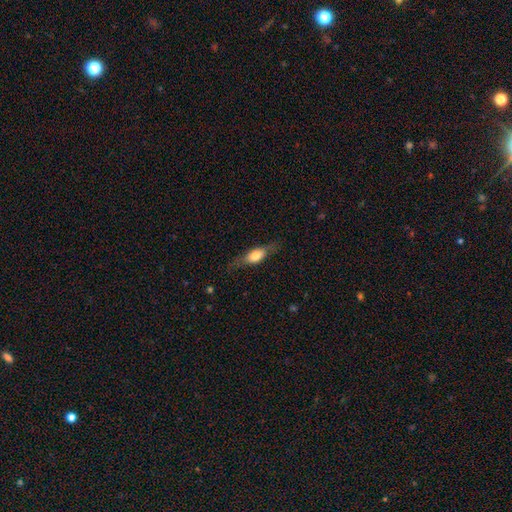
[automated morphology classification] Overall: smooth (58%; featured or disk 36%). How rounded: in between (58%; cigar-shaped 37%). Merging: none (74%).